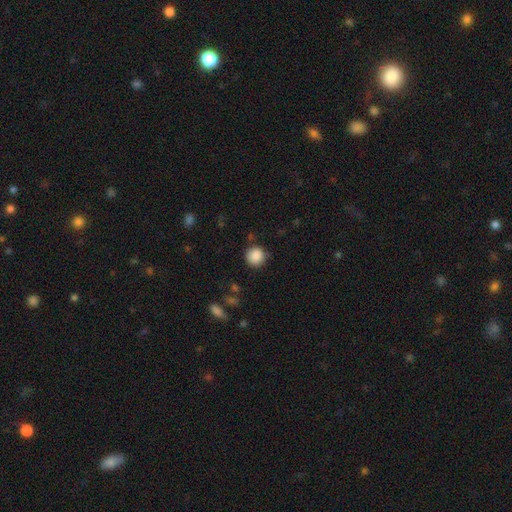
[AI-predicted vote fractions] Smooth or featured? smooth (87%)
How rounded? round (93%)
Merging? none (83%)